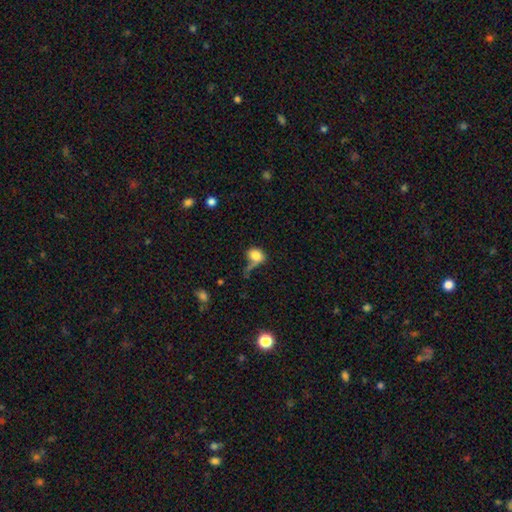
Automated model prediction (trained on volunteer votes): Morphology: type=smooth (76%); roundness=in between (57%); merging=none (33%).